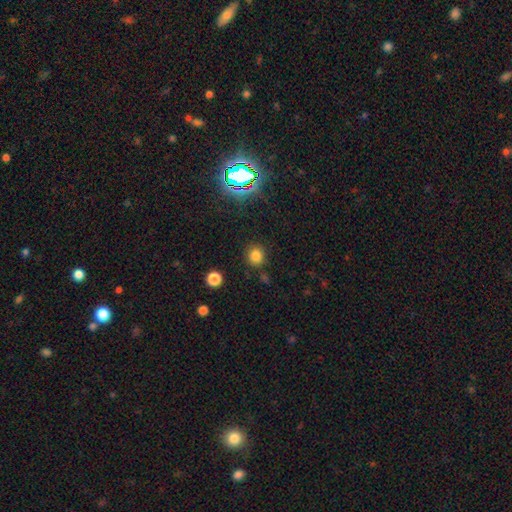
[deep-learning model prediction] Smooth or featured? smooth (77%)
How rounded? round (85%)
Merging? none (85%)